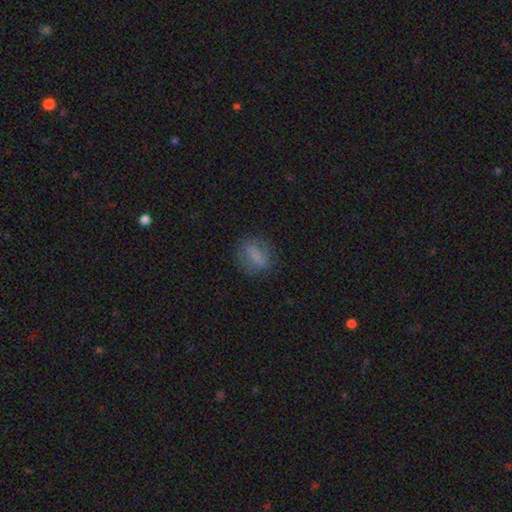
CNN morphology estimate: Smooth or featured? smooth (73%)
How rounded? in between (60%)
Merging? none (76%)